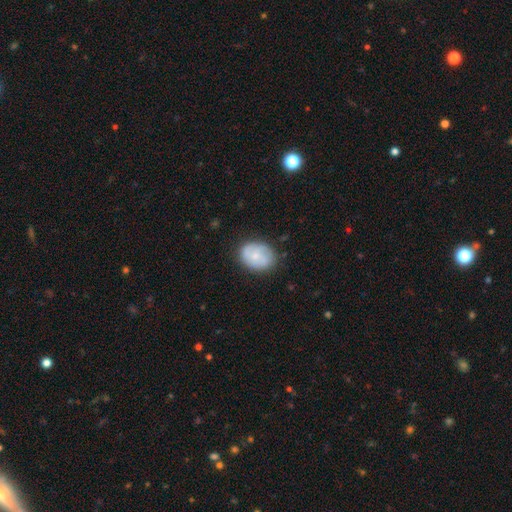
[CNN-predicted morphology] Smooth or featured: smooth — 62% (featured or disk — 31%)
How rounded: in between — 50% (round — 49%)
Merging: none — 74% (minor disturbance — 19%)